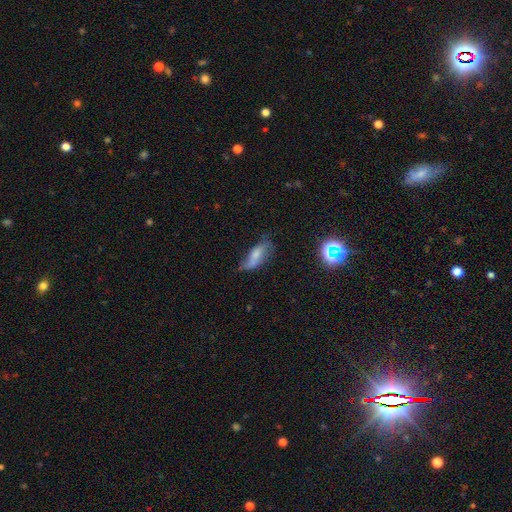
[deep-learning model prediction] Morphology: type=smooth (63%); roundness=in between (74%); merging=none (41%).